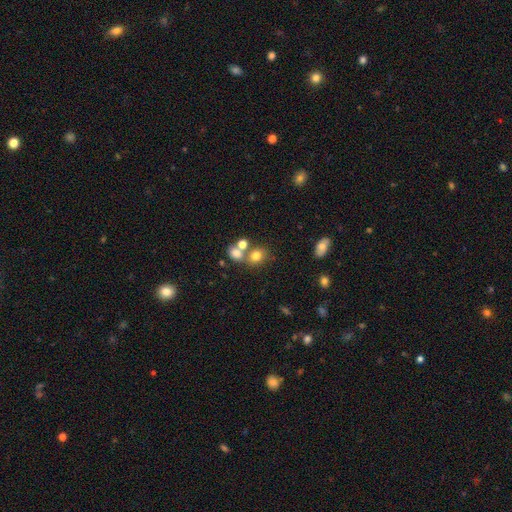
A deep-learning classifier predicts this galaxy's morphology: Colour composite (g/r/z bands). It shows a smooth galaxy with no disk features (75%) that is round (65%). Merging: none (51%).